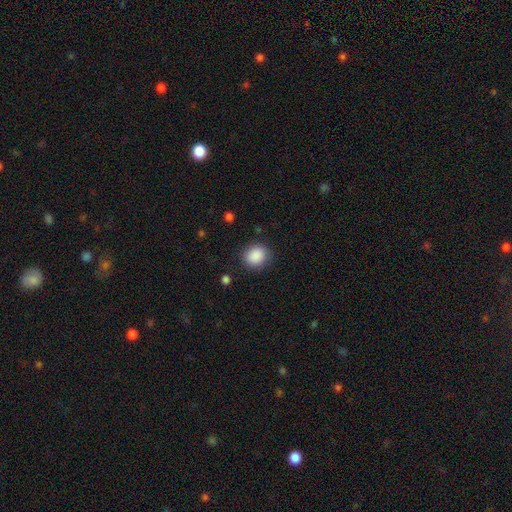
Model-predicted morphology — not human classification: smooth_or_featured: smooth (p=0.88) [alt: star or artifact p=0.08]
how_rounded: round (p=0.76) [alt: in between p=0.23]
merging: none (p=0.85) [alt: minor disturbance p=0.10]